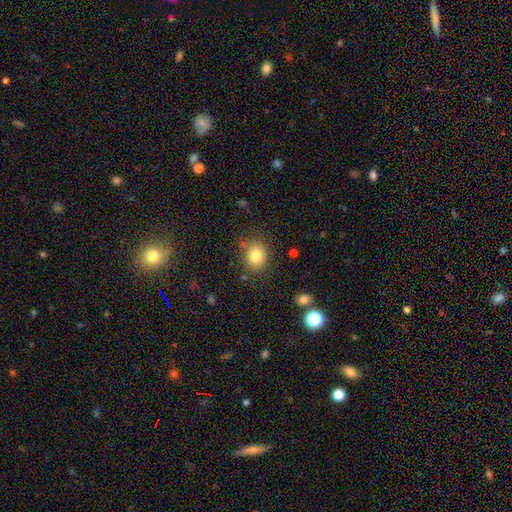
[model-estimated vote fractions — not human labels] Smooth or featured: smooth — 81% (star or artifact — 11%)
How rounded: round — 71% (in between — 28%)
Merging: none — 79% (minor disturbance — 13%)